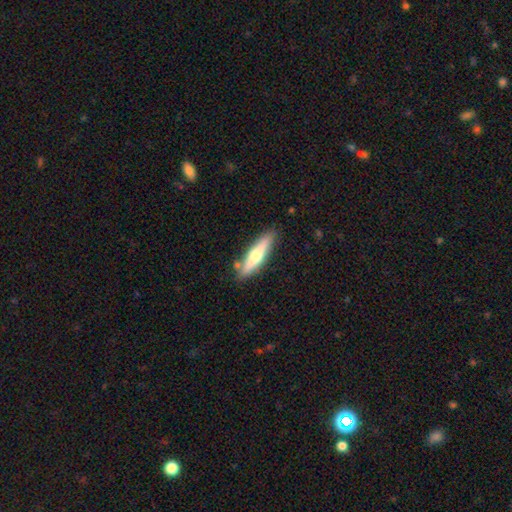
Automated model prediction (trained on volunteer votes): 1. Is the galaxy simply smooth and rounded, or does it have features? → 55% smooth, 39% featured or disk, 5% star or artifact.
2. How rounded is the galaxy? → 78% cigar-shaped, 21% in between, 2% round.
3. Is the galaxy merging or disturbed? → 82% none, 12% minor disturbance, 4% merger, 2% major disturbance.